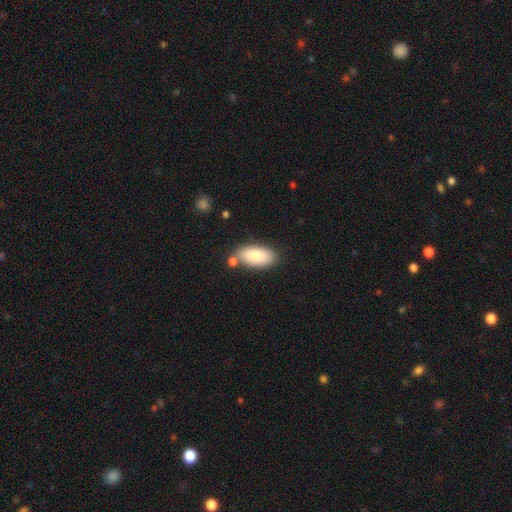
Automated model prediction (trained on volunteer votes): smooth-or-featured: smooth: 81% | featured or disk: 12% | star or artifact: 7%
  how-rounded: in between: 91% | cigar-shaped: 6% | round: 2%
  merging: none: 71% | minor disturbance: 14% | merger: 12% | major disturbance: 3%